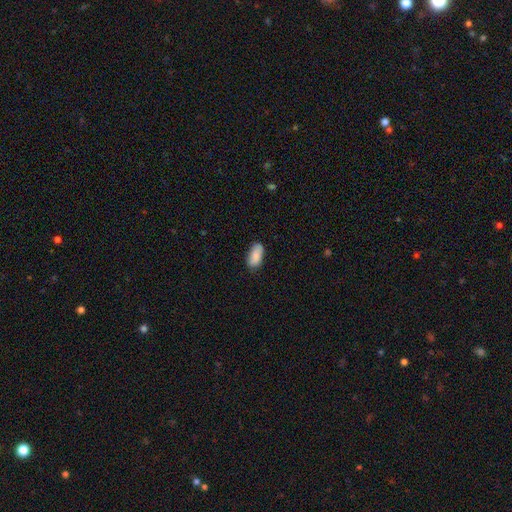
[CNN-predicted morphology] Q: Smooth or featured?
A: smooth (87%); runner-up: featured or disk (7%)
Q: How rounded?
A: in between (91%); runner-up: cigar-shaped (6%)
Q: Merging?
A: none (80%); runner-up: minor disturbance (16%)